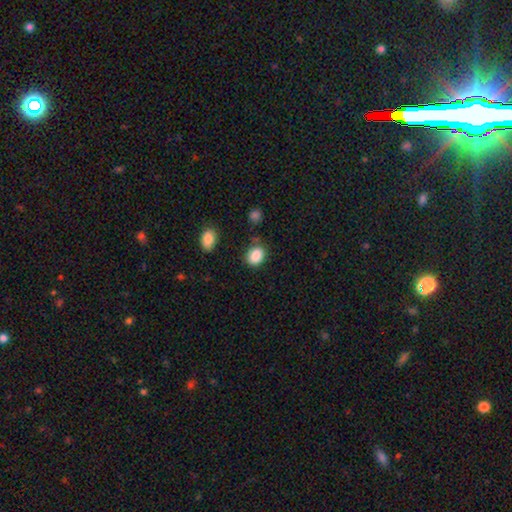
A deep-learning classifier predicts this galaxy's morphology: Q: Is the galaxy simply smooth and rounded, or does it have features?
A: smooth — 88%.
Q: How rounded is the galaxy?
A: in between — 67%.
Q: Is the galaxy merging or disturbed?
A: none — 74%.